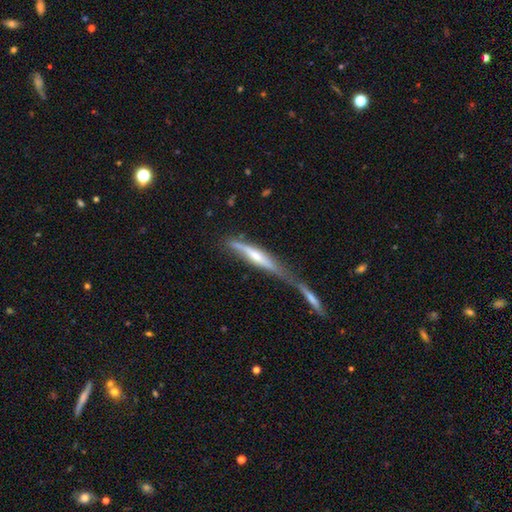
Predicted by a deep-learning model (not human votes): Smooth or featured?
  - featured or disk: 54% *
  - smooth: 40%
  - star or artifact: 7%
Edge-on disk?
  - yes: 86% *
  - no: 14%
Merging?
  - merger: 48% *
  - none: 27%
  - minor disturbance: 15%
  - major disturbance: 11%